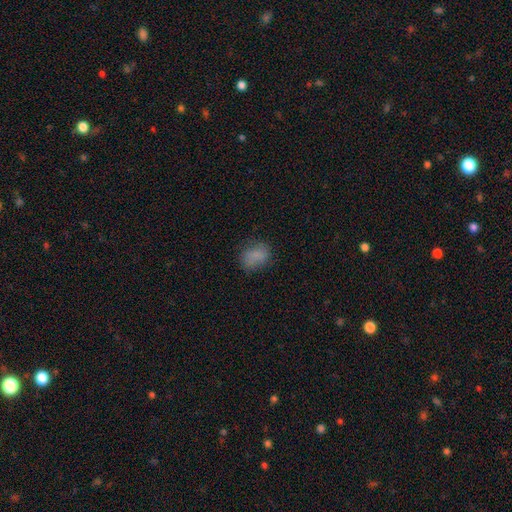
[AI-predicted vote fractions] Morphology: type=smooth (79%); roundness=in between (63%); merging=none (70%).